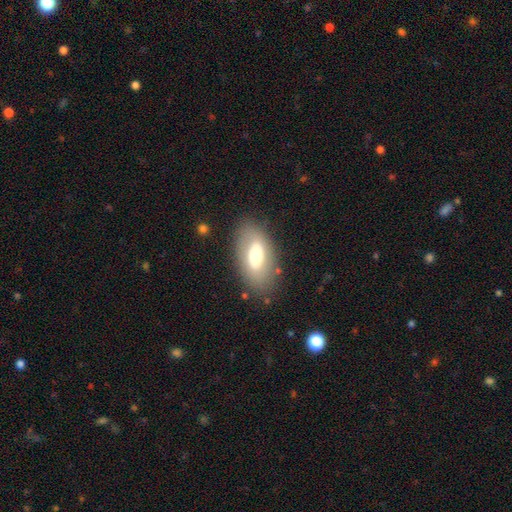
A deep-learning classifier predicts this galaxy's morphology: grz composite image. It shows a smooth galaxy with no disk features (56%) that is in between round and cigar-shaped (91%). Merging: none (80%).